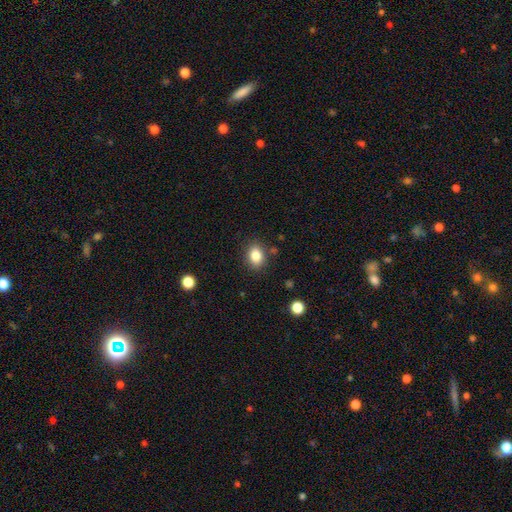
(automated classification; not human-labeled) smooth_or_featured: smooth (p=0.84) [alt: star or artifact p=0.10]
how_rounded: in between (p=0.65) [alt: round p=0.34]
merging: none (p=0.85) [alt: minor disturbance p=0.10]